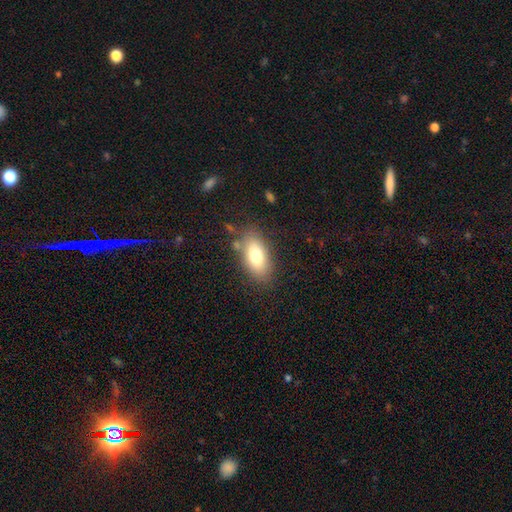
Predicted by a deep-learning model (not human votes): Morphology: type=smooth (78%); roundness=in between (90%); merging=none (77%).